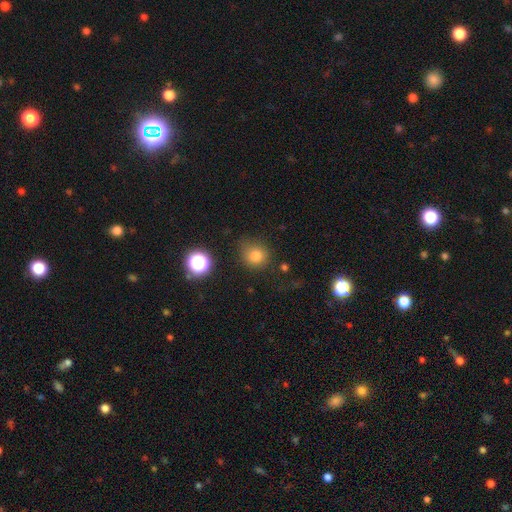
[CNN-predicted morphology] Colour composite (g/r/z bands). It shows a smooth galaxy with no disk features (79%) that is round (85%). Merging: none (71%).